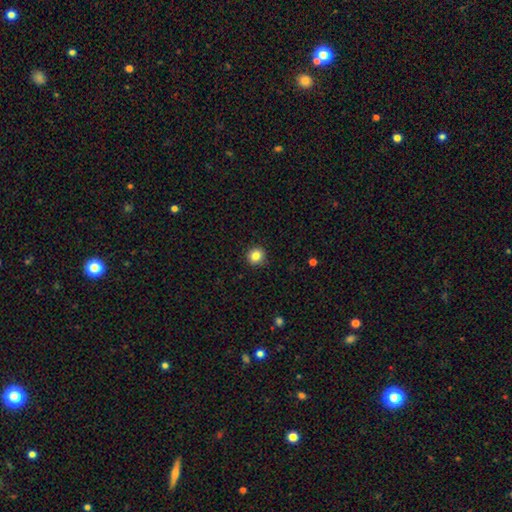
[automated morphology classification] smooth-or-featured: smooth: 84% | star or artifact: 11% | featured or disk: 5%
  how-rounded: round: 90% | in between: 9% | cigar-shaped: 1%
  merging: none: 91% | minor disturbance: 6% | major disturbance: 2% | merger: 1%